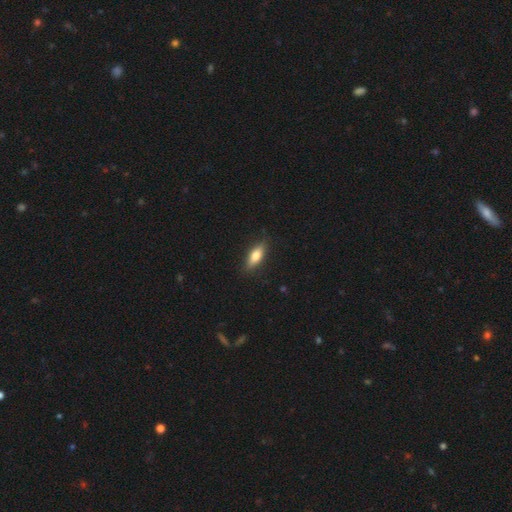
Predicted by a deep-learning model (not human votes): This is likely a smooth galaxy (71%). How rounded: likely in between (63%). Merging: clearly none (85%).